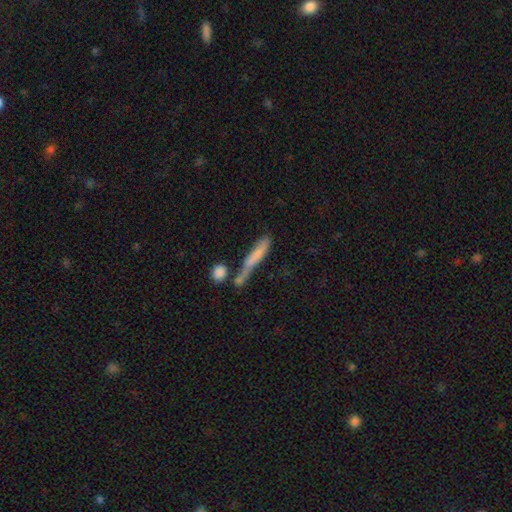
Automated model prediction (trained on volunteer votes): A smooth galaxy with no disk features (66%) that is cigar-shaped (87%). Merging: none (38%).